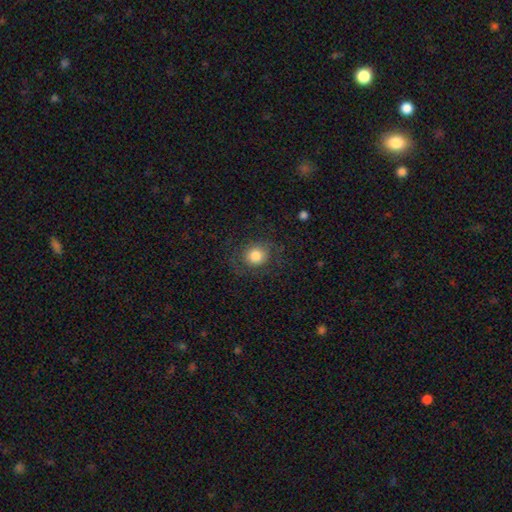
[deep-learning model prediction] Overall: smooth (75%). How rounded: round (82%). Merging: none (75%).